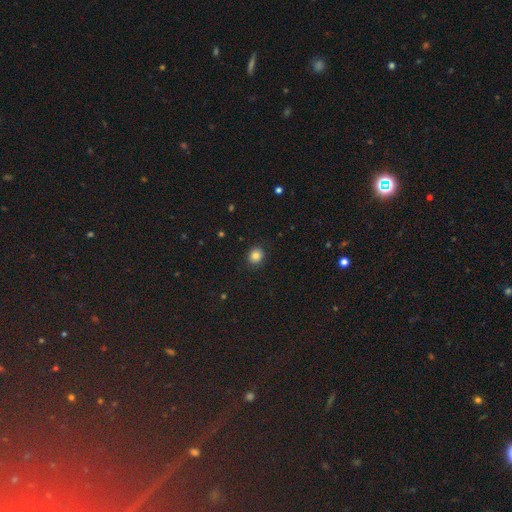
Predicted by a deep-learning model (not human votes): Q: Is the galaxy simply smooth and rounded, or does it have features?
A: smooth — 81%.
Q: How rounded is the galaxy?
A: round — 74%.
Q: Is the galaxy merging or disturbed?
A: none — 88%.